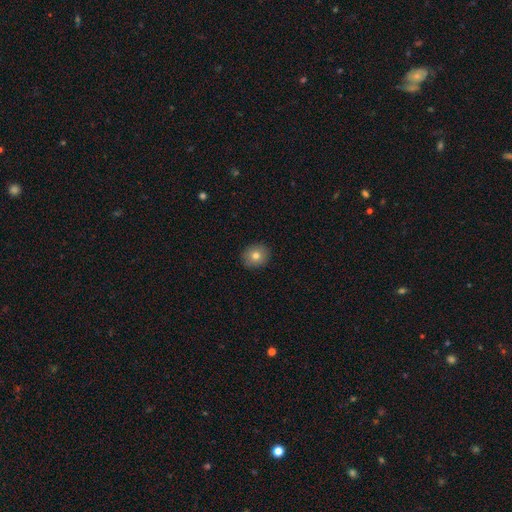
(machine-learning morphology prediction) type=smooth (78%); roundness=round (75%); merging=none (90%).